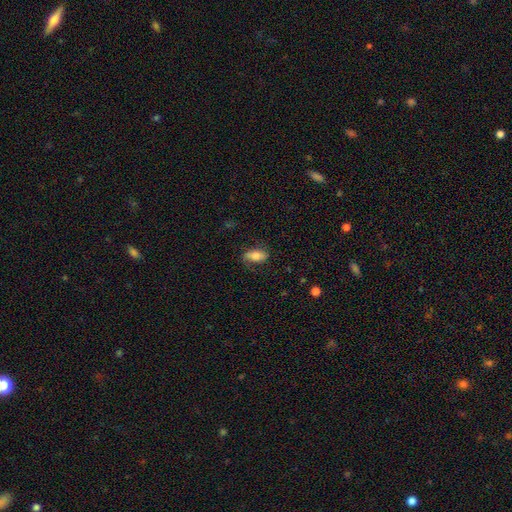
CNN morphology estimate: This appears to be a smooth galaxy with no disk features (70%) that is in between round and cigar-shaped (80%). Merging: none (76%).